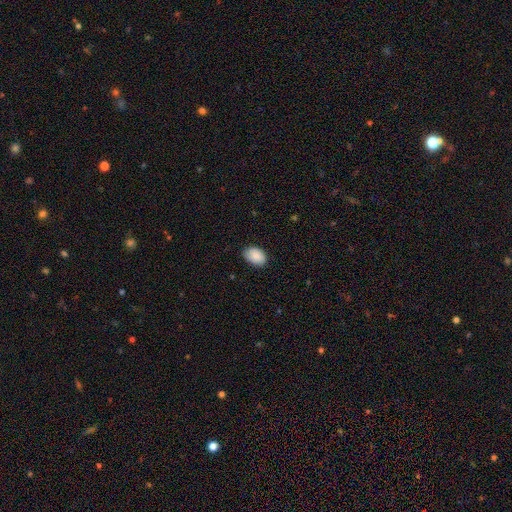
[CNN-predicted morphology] The model was most divided on "merging": none: 78%, minor disturbance: 18%, major disturbance: 3%, merger: 1%. More confident: smooth or featured — smooth (89%); how rounded — in between (87%).